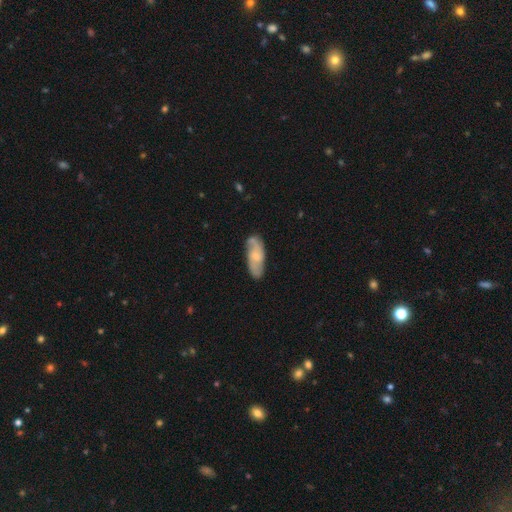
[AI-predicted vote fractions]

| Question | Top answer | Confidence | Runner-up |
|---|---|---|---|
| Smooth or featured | featured or disk | 57% | smooth (37%) |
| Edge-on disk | no | 89% | yes (11%) |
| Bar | no | 59% | weak (35%) |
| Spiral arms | yes | 87% | no (13%) |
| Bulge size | small | 47% | moderate (35%) |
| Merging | none | 77% | minor disturbance (17%) |